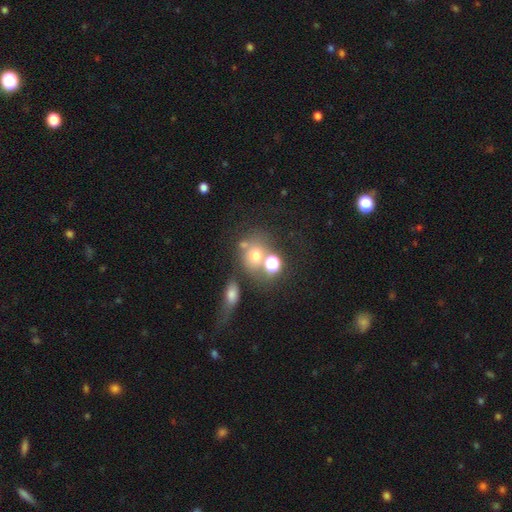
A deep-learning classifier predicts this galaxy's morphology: This appears to be a smooth galaxy with no disk features (64%) that is round (72%). Merging: none (46%).